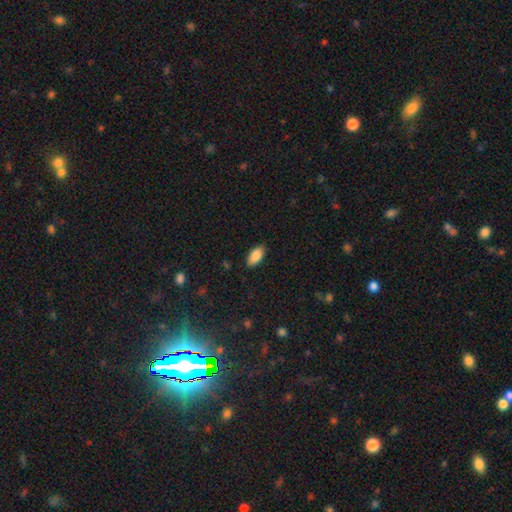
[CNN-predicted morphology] Smooth or featured?
  - smooth: 88% *
  - star or artifact: 7%
  - featured or disk: 5%
How rounded?
  - in between: 92% *
  - cigar-shaped: 6%
  - round: 2%
Merging?
  - none: 86% *
  - minor disturbance: 11%
  - major disturbance: 2%
  - merger: 1%